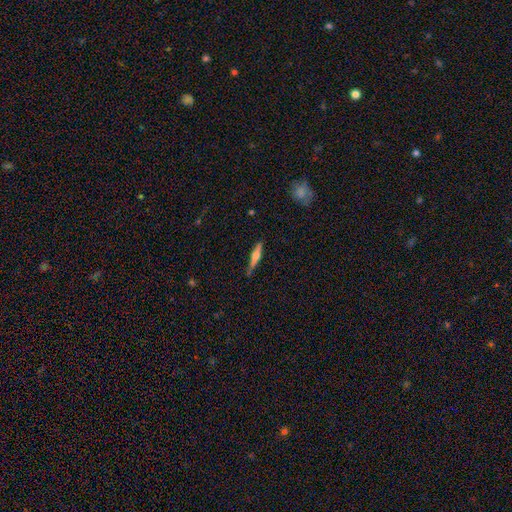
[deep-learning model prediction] Q: Smooth or featured?
A: featured or disk (56%); runner-up: smooth (38%)
Q: Edge-on disk?
A: yes (96%); runner-up: no (4%)
Q: Edge-on bulge?
A: rounded (79%); runner-up: boxy (13%)
Q: Merging?
A: none (78%); runner-up: minor disturbance (16%)